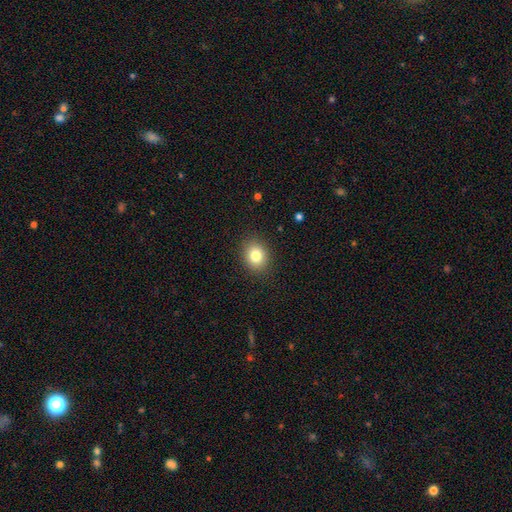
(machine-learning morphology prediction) smooth 82%, star or artifact 10%, featured or disk 8%. Down the decision tree: how rounded — round (56%); merging — none (88%).